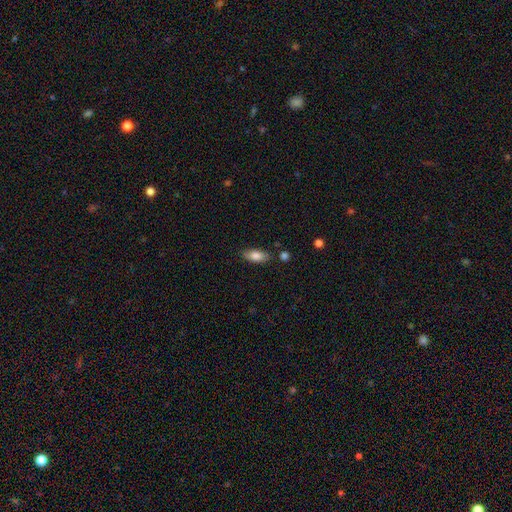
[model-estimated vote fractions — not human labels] smooth-or-featured: smooth: 82% | featured or disk: 11% | star or artifact: 7%
  how-rounded: in between: 86% | cigar-shaped: 11% | round: 3%
  merging: none: 81% | minor disturbance: 13% | merger: 4% | major disturbance: 3%